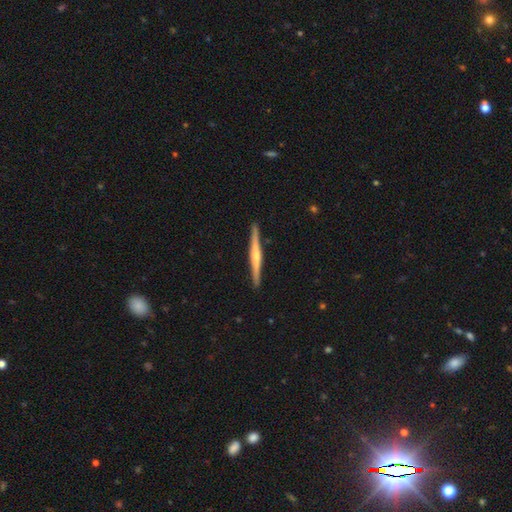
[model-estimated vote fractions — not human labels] Q: Smooth or featured?
A: featured or disk (71%); runner-up: smooth (24%)
Q: Edge-on disk?
A: yes (98%); runner-up: no (2%)
Q: Edge-on bulge?
A: rounded (74%); runner-up: none (16%)
Q: Merging?
A: none (92%); runner-up: minor disturbance (6%)